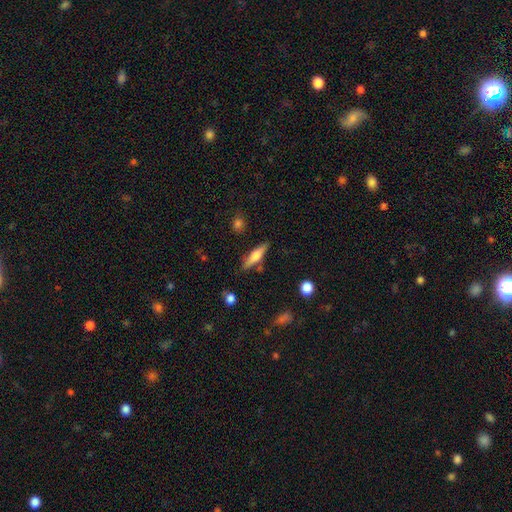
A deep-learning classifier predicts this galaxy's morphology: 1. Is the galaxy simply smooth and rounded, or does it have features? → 53% smooth, 40% featured or disk, 7% star or artifact.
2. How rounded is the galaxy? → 71% cigar-shaped, 27% in between, 2% round.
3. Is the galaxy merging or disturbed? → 81% none, 12% minor disturbance, 4% merger, 3% major disturbance.